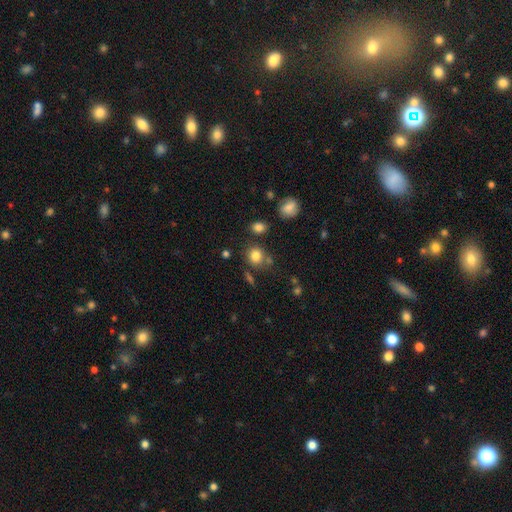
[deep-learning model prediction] Morphology: type=smooth (82%); roundness=round (77%); merging=none (75%).